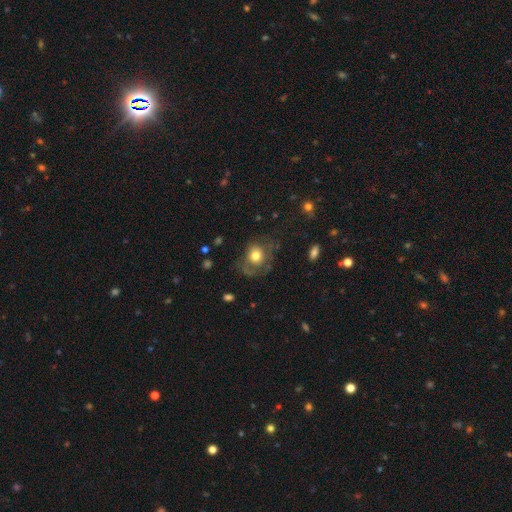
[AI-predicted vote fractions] A smooth galaxy with no disk features (63%) that is round (69%).

Vote fractions:
- Smooth or featured? smooth: 63% / featured or disk: 27% / star or artifact: 10%
- How rounded? round: 69% / in between: 30% / cigar-shaped: 1%
- Merging? none: 51% / major disturbance: 24% / minor disturbance: 23% / merger: 2%